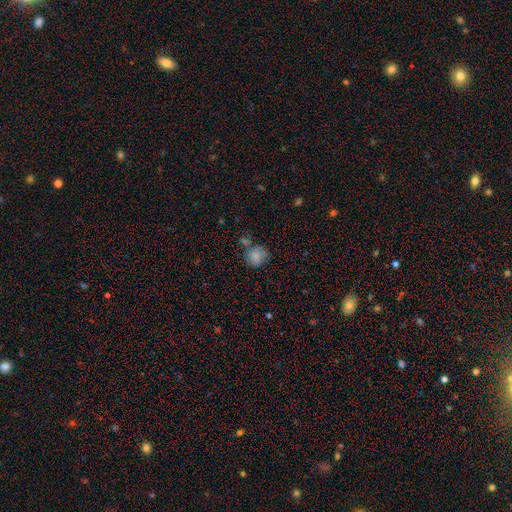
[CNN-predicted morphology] Smooth or featured? Predicted: smooth (p=0.78). How rounded? Predicted: round (p=0.76). Merging? Predicted: none (p=0.59).